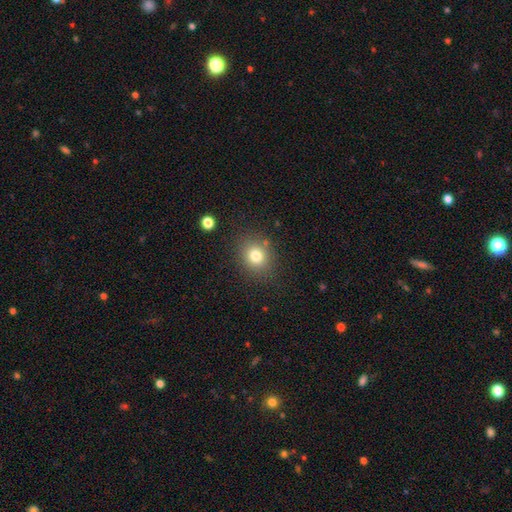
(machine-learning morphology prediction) smooth 78%, star or artifact 13%, featured or disk 9%. Down the decision tree: how rounded — round (70%); merging — none (82%).